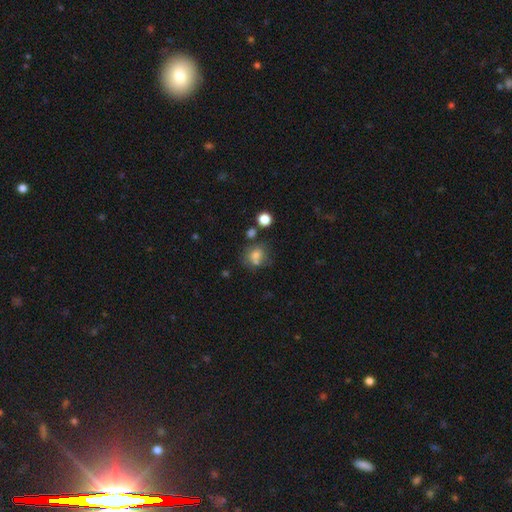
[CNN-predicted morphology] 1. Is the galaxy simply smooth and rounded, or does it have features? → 70% smooth, 15% featured or disk, 14% star or artifact.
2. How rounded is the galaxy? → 66% round, 33% in between, 1% cigar-shaped.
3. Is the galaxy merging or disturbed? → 50% none, 24% merger, 17% minor disturbance, 9% major disturbance.